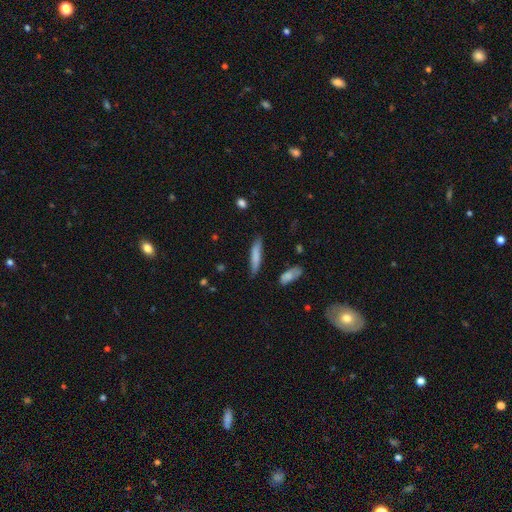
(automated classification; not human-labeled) Morphology: type=smooth (76%); roundness=cigar-shaped (83%); merging=none (79%).